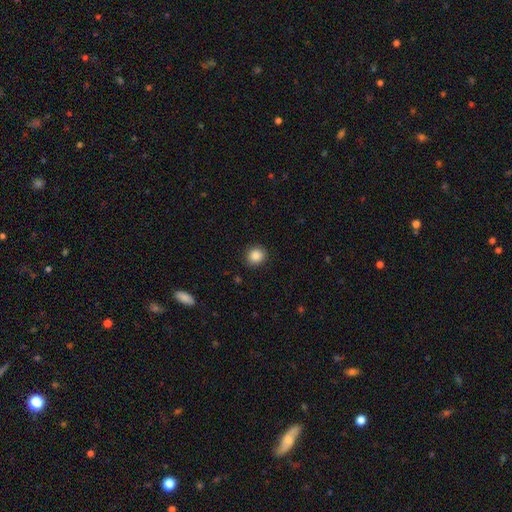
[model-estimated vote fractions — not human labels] A smooth galaxy with no disk features (87%) that is round (81%).

Vote fractions:
- Smooth or featured? smooth: 87% / star or artifact: 9% / featured or disk: 3%
- How rounded? round: 81% / in between: 18% / cigar-shaped: 1%
- Merging? none: 90% / minor disturbance: 7% / major disturbance: 2% / merger: 1%